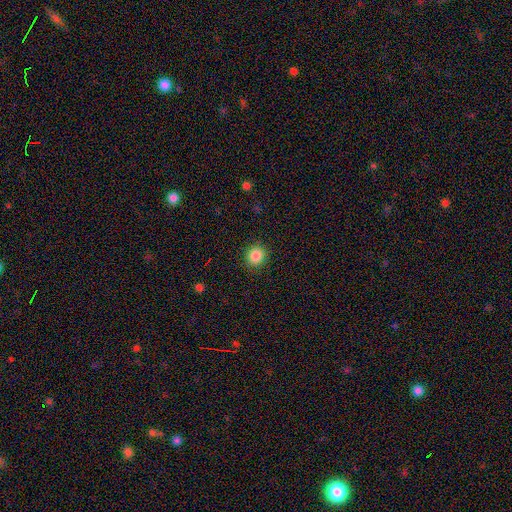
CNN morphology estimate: Smooth or featured?
  - smooth: 87% *
  - star or artifact: 10%
  - featured or disk: 4%
How rounded?
  - round: 85% *
  - in between: 14%
  - cigar-shaped: 1%
Merging?
  - none: 90% *
  - minor disturbance: 7%
  - major disturbance: 2%
  - merger: 1%